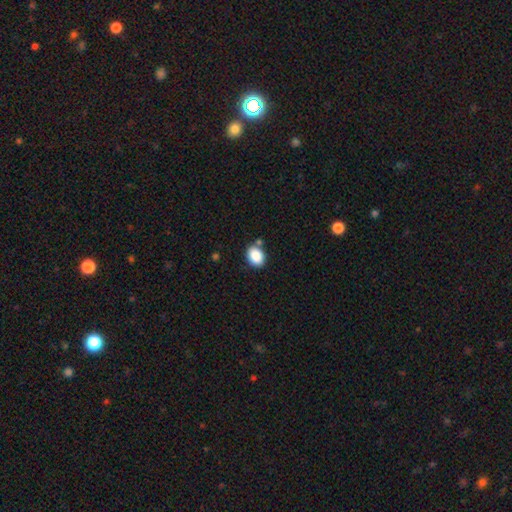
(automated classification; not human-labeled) The model was most divided on "how rounded": in between: 65%, round: 34%, cigar-shaped: 1%. More confident: smooth or featured — smooth (88%); merging — none (75%).